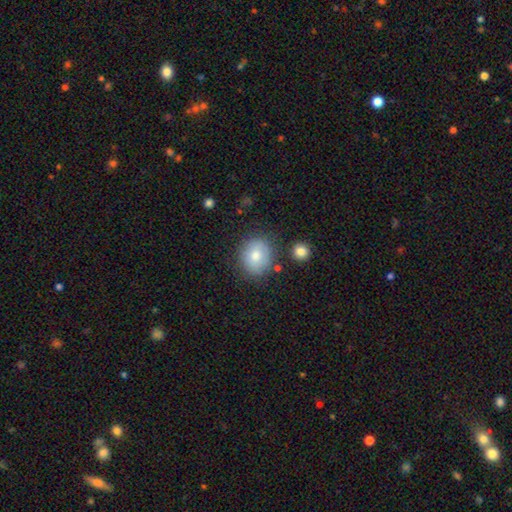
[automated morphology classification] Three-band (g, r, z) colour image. It shows a smooth galaxy with no disk features (75%) that is round (73%). Merging: none (75%).